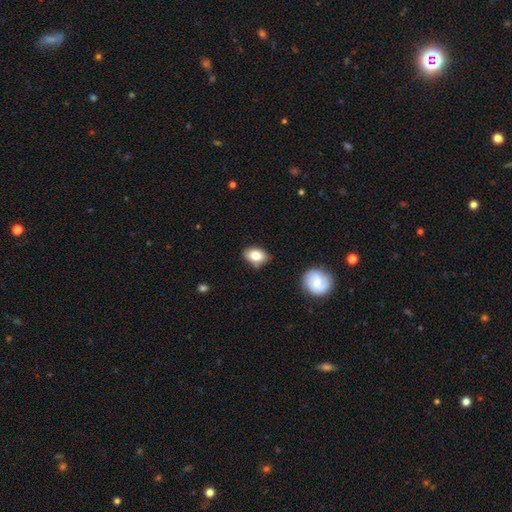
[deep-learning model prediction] This is clearly a smooth galaxy (82%). How rounded: clearly in between (82%). Merging: likely none (77%).